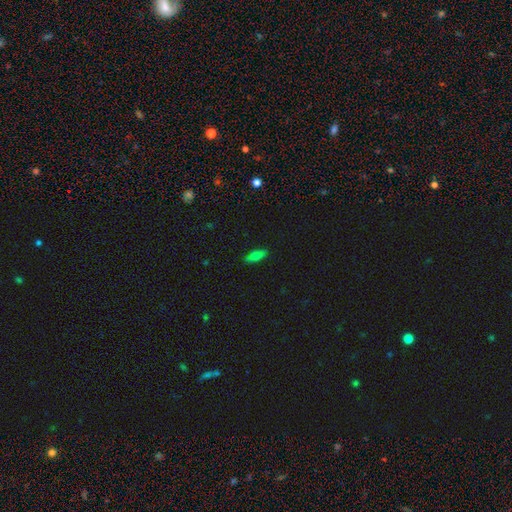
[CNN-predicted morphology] The model was most divided on "how rounded": in between: 68%, cigar-shaped: 29%, round: 3%. More confident: merging — none (85%); smooth or featured — smooth (72%).